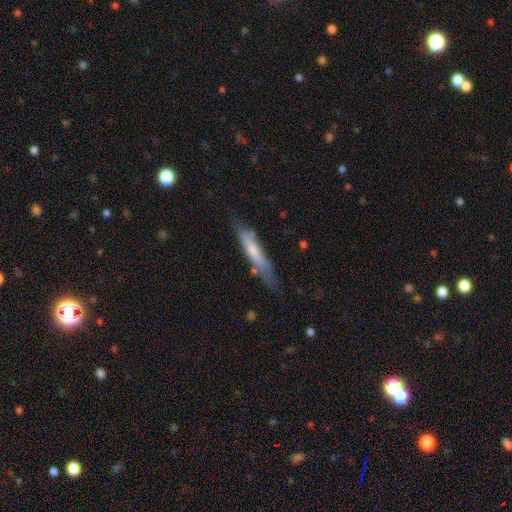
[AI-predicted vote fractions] Smooth or featured: smooth — 53% (featured or disk — 41%)
How rounded: cigar-shaped — 89% (in between — 10%)
Merging: none — 70% (minor disturbance — 22%)